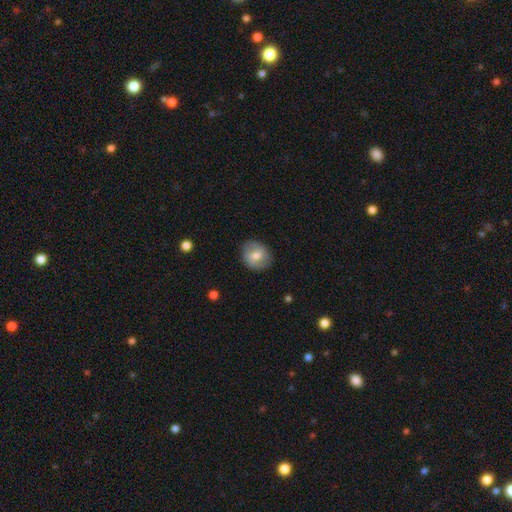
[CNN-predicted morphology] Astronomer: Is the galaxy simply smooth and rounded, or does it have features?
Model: smooth — 63%.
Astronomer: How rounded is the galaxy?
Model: round — 70%.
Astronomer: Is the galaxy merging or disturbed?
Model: none — 81%.